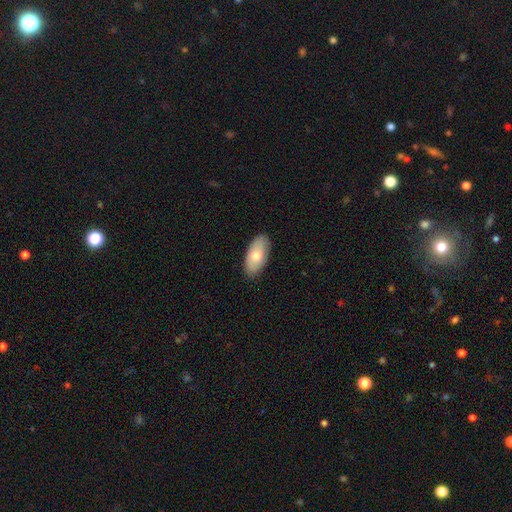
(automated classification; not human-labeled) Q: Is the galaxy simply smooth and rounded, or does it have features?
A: smooth — 76%.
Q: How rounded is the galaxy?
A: in between — 93%.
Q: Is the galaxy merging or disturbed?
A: none — 88%.